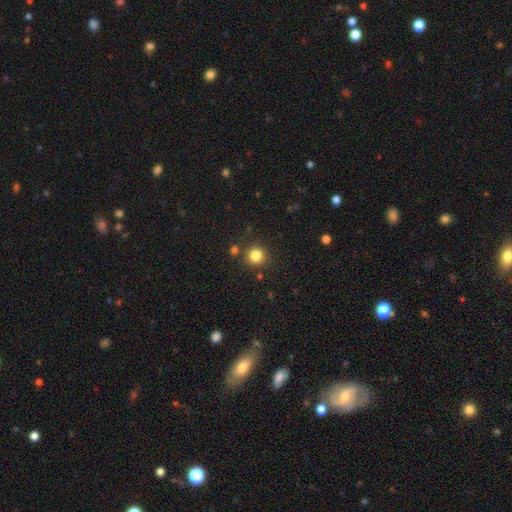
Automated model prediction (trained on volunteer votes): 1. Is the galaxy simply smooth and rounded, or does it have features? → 83% smooth, 12% star or artifact, 5% featured or disk.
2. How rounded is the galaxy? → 94% round, 5% in between, 1% cigar-shaped.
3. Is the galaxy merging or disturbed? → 86% none, 7% minor disturbance, 5% merger, 3% major disturbance.